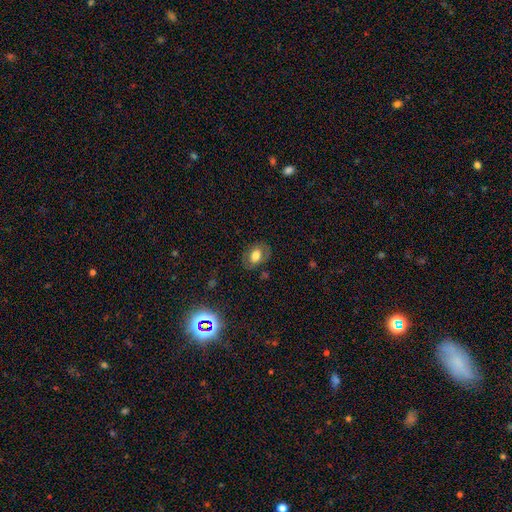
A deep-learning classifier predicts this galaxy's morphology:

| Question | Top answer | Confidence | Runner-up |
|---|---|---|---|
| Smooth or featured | smooth | 68% | featured or disk (22%) |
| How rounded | in between | 77% | round (21%) |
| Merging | none | 78% | minor disturbance (15%) |